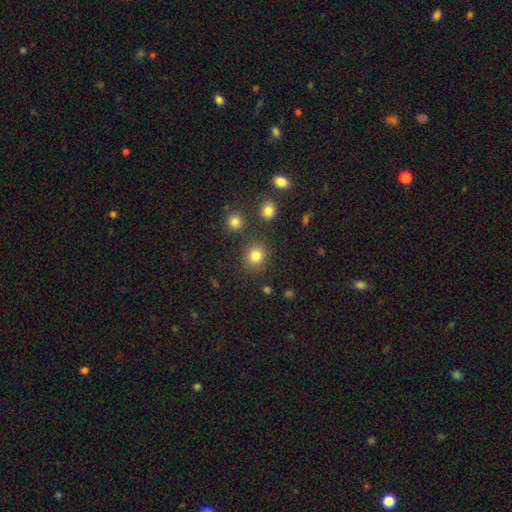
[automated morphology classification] Overall: smooth (81%). How rounded: round (84%). Merging: none (83%).